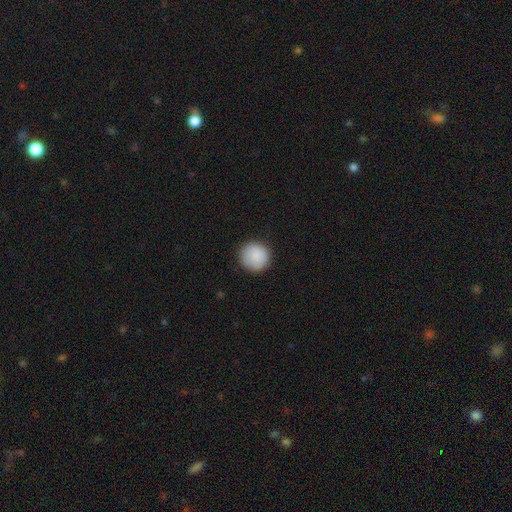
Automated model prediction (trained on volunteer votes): Smooth or featured: smooth — 89% (star or artifact — 7%)
How rounded: round — 94% (in between — 5%)
Merging: none — 88% (minor disturbance — 8%)